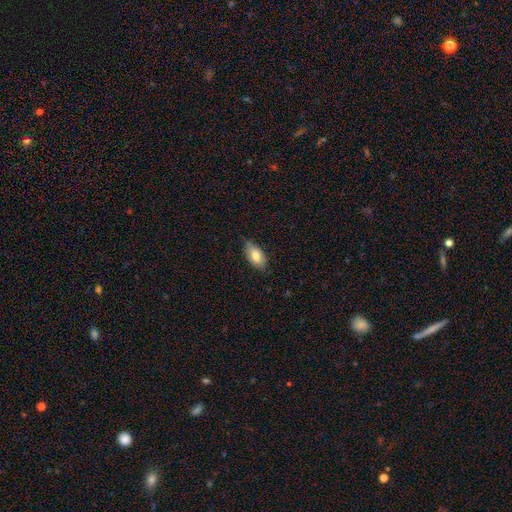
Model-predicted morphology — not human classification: Smooth or featured? Predicted: smooth (p=0.78). How rounded? Predicted: in between (p=0.91). Merging? Predicted: none (p=0.75).